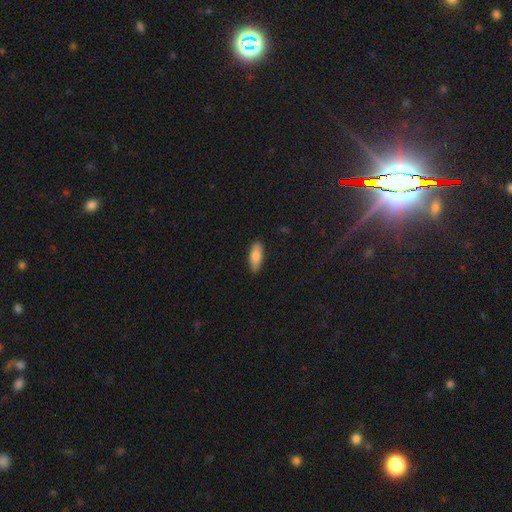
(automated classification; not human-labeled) Smooth or featured?
  - smooth: 82% *
  - featured or disk: 12%
  - star or artifact: 6%
How rounded?
  - in between: 71% *
  - cigar-shaped: 27%
  - round: 2%
Merging?
  - none: 87% *
  - minor disturbance: 11%
  - major disturbance: 2%
  - merger: 1%